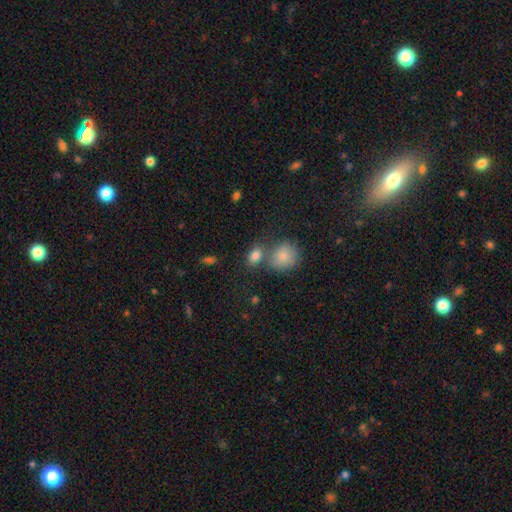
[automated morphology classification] Smooth or featured?
  - smooth: 83% *
  - star or artifact: 10%
  - featured or disk: 7%
How rounded?
  - in between: 72% *
  - round: 25%
  - cigar-shaped: 2%
Merging?
  - none: 53% *
  - merger: 30%
  - minor disturbance: 12%
  - major disturbance: 5%